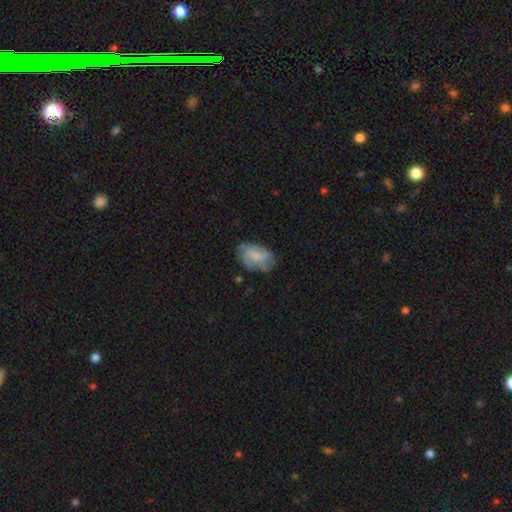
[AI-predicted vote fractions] A smooth galaxy with no disk features (53%) that is in between round and cigar-shaped (84%). Merging: none (53%).